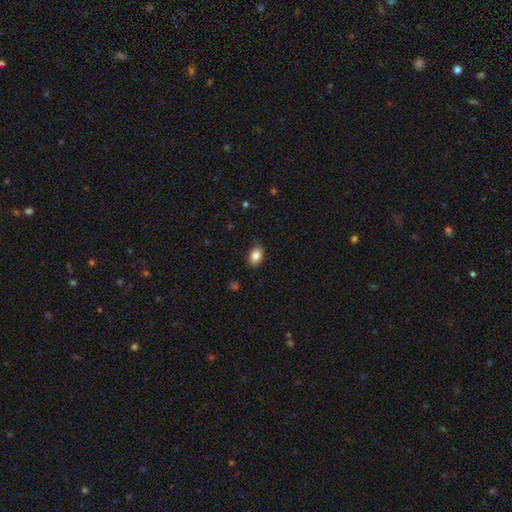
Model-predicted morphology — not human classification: smooth 86%, star or artifact 8%, featured or disk 6%. Down the decision tree: how rounded — in between (81%); merging — none (87%).